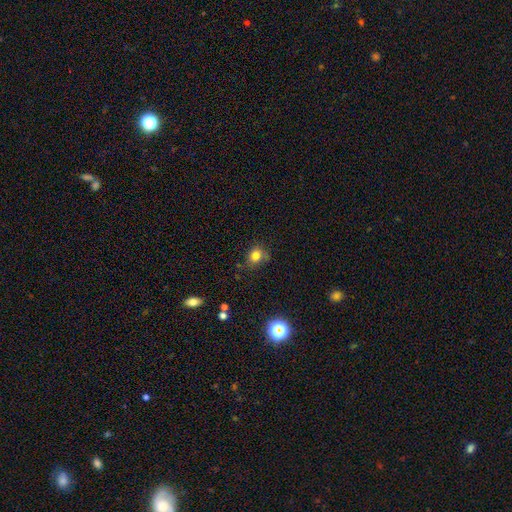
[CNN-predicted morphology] type=smooth (80%); roundness=round (69%); merging=none (71%).